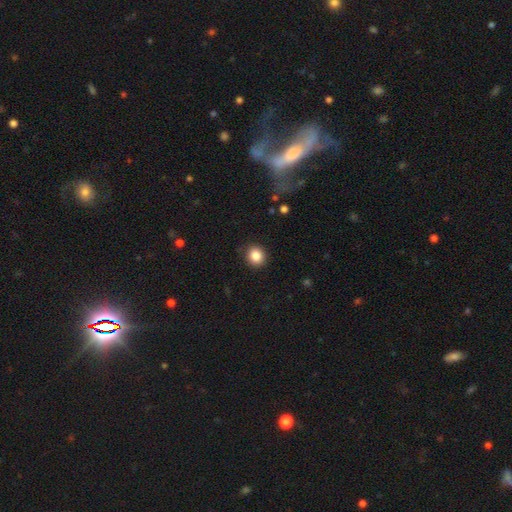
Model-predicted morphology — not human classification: A smooth galaxy with no disk features (85%) that is round (85%). Merging: none (90%).